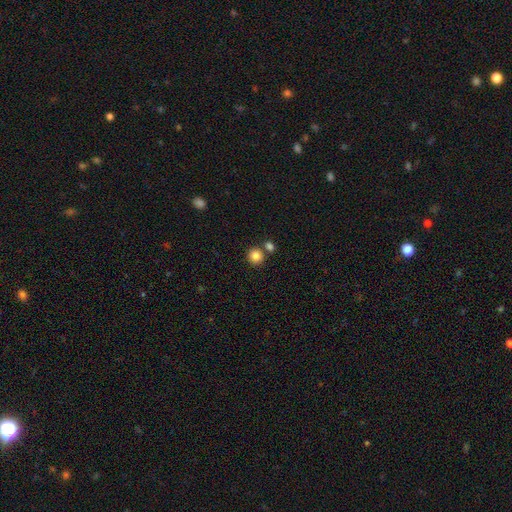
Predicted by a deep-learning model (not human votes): Morphology: type=smooth (85%); roundness=round (90%); merging=none (72%).